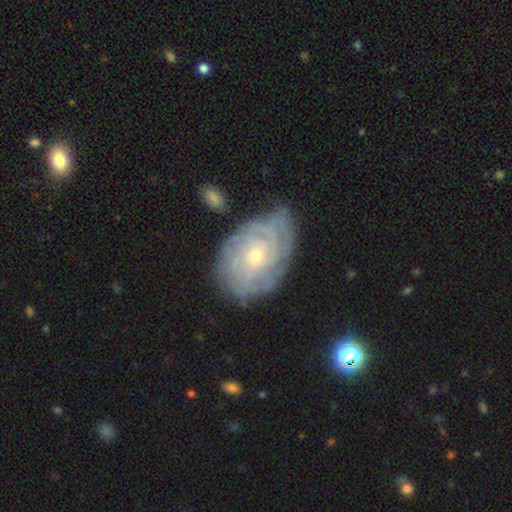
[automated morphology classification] This appears to be a featured or disk galaxy (83%) with no bar (76%), tight (77%) spiral arms (93%) and a small central bulge (71%). Merging: none (65%).